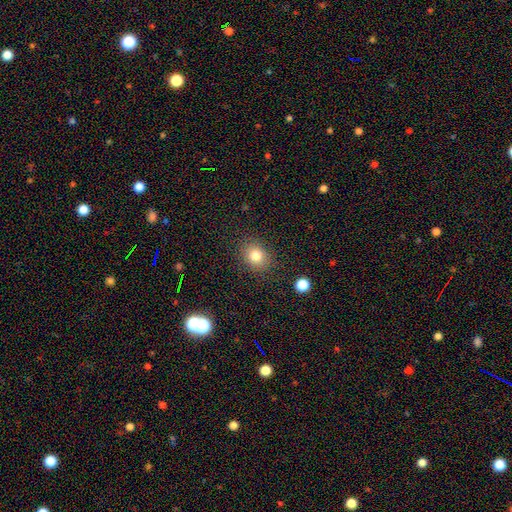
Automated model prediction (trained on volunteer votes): A smooth galaxy with no disk features (81%) that is round (57%).

Vote fractions:
- Smooth or featured? smooth: 81% / star or artifact: 11% / featured or disk: 8%
- How rounded? round: 57% / in between: 42% / cigar-shaped: 1%
- Merging? none: 86% / minor disturbance: 9% / major disturbance: 3% / merger: 1%